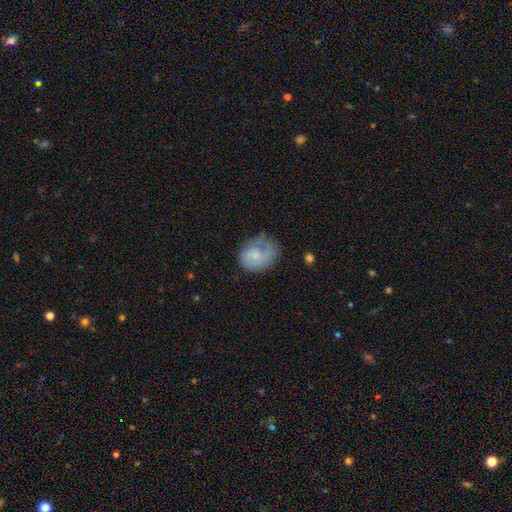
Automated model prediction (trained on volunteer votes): Morphology: type=smooth (56%); roundness=in between (50%); merging=none (44%).